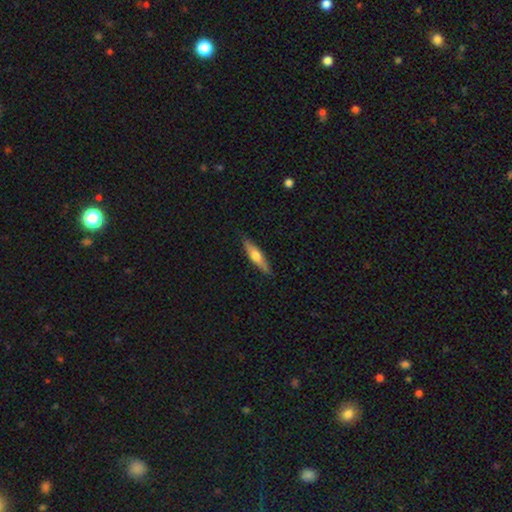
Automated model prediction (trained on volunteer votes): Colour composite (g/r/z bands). It shows a smooth galaxy with no disk features (52%) that is cigar-shaped (74%). Merging: none (88%).